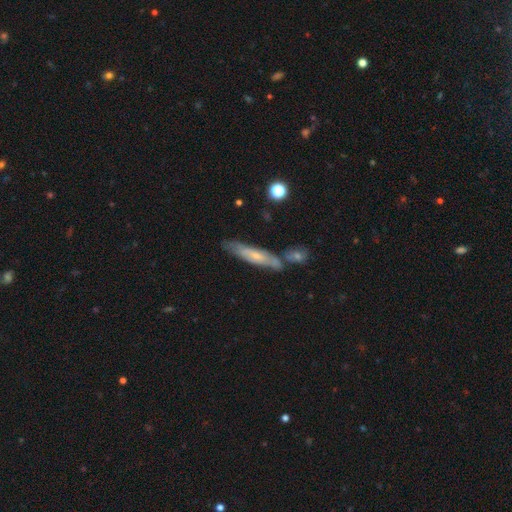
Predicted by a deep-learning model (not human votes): This appears to be a featured or disk galaxy (49%). Merging: none (59%).